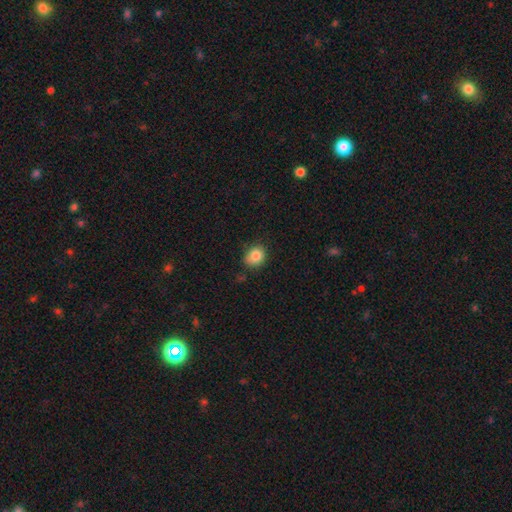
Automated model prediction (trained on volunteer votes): Q: Smooth or featured?
A: smooth (84%); runner-up: star or artifact (10%)
Q: How rounded?
A: round (65%); runner-up: in between (34%)
Q: Merging?
A: none (72%); runner-up: minor disturbance (22%)